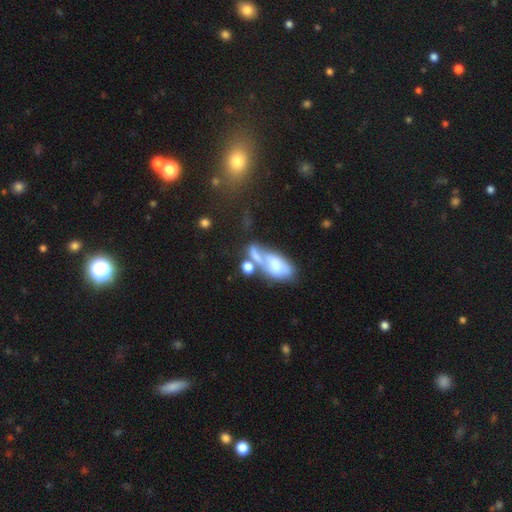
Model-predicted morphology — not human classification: Smooth or featured: smooth — 52% (featured or disk — 36%)
How rounded: in between — 74% (round — 14%)
Merging: merger — 48% (none — 20%)